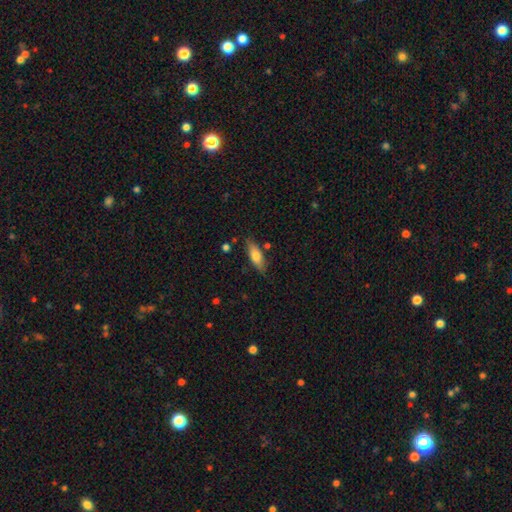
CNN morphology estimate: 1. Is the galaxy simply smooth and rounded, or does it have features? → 68% smooth, 25% featured or disk, 7% star or artifact.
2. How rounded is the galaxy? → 59% in between, 38% cigar-shaped, 2% round.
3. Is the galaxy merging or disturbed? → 78% none, 15% minor disturbance, 4% merger, 3% major disturbance.